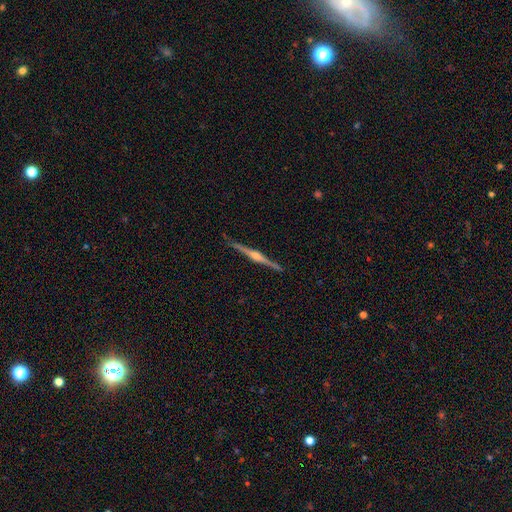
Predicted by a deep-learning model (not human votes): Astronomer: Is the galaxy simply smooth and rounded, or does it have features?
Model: featured or disk — 87%.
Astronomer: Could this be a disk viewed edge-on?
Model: yes — 99%.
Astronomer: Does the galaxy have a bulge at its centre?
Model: rounded — 88%.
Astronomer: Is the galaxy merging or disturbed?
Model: none — 91%.